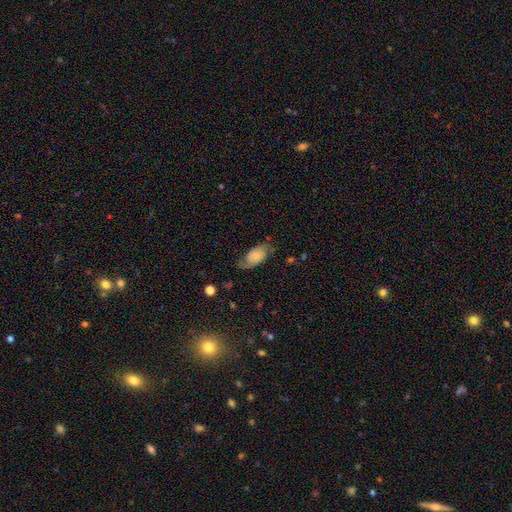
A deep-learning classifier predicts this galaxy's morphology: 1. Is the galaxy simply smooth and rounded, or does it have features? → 56% featured or disk, 36% smooth, 8% star or artifact.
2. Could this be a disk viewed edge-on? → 94% no, 6% yes.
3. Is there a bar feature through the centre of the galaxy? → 73% no, 22% weak, 5% strong.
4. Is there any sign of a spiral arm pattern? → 86% yes, 14% no.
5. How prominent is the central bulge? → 53% small, 30% moderate, 9% none, 6% large, 2% dominant.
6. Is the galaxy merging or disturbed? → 64% none, 23% minor disturbance, 11% major disturbance, 2% merger.